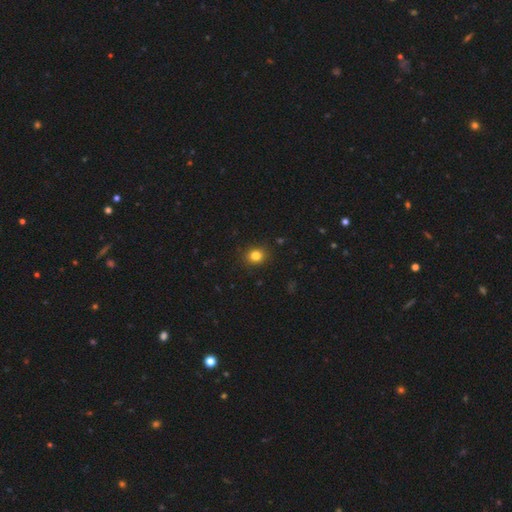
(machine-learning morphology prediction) The model was most divided on "how rounded": round: 75%, in between: 24%, cigar-shaped: 1%. More confident: merging — none (90%); smooth or featured — smooth (82%).